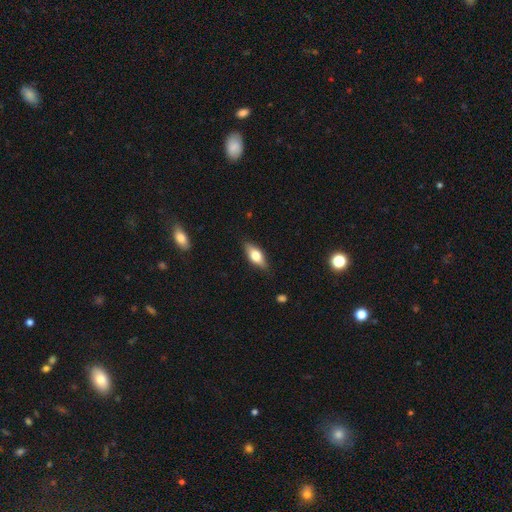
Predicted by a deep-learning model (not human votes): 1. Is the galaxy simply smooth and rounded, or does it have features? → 58% smooth, 35% featured or disk, 7% star or artifact.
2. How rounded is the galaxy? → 75% in between, 21% cigar-shaped, 4% round.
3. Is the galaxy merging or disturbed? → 84% none, 13% minor disturbance, 3% major disturbance, 1% merger.